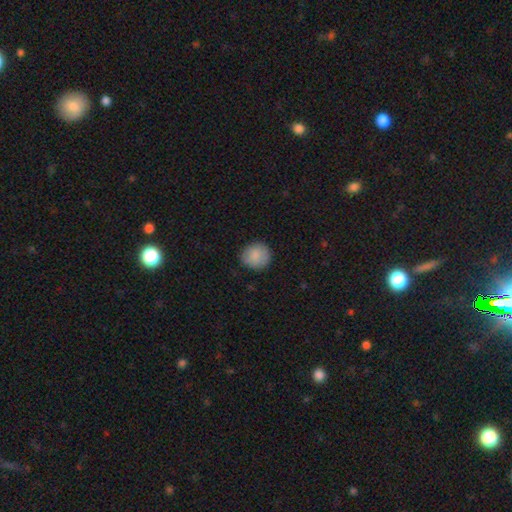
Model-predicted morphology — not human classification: type=smooth (87%); roundness=round (89%); merging=none (85%).